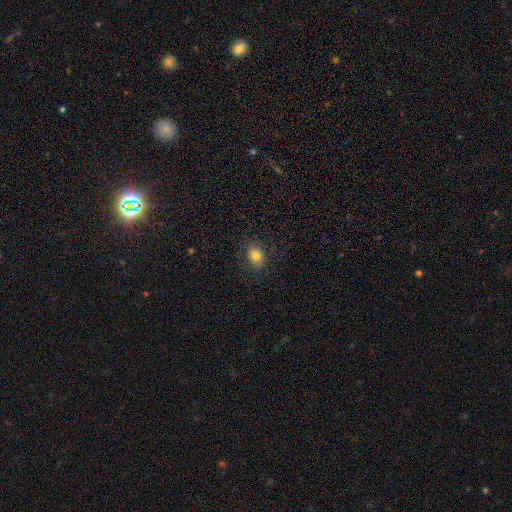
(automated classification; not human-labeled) Smooth or featured? Predicted: smooth (p=0.78). How rounded? Predicted: in between (p=0.52). Merging? Predicted: none (p=0.80).